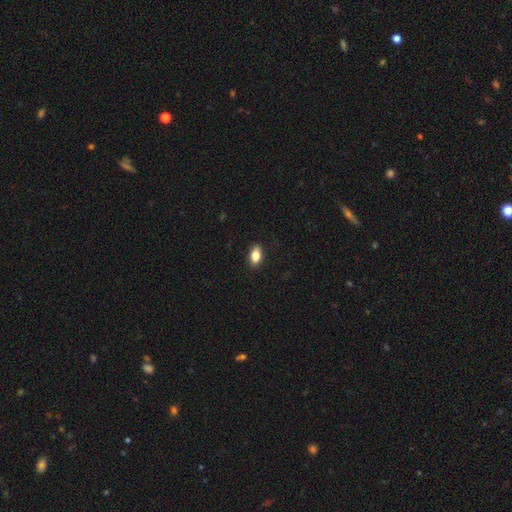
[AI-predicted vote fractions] smooth 81%, featured or disk 11%, star or artifact 8%. Down the decision tree: how rounded — in between (86%); merging — none (88%).